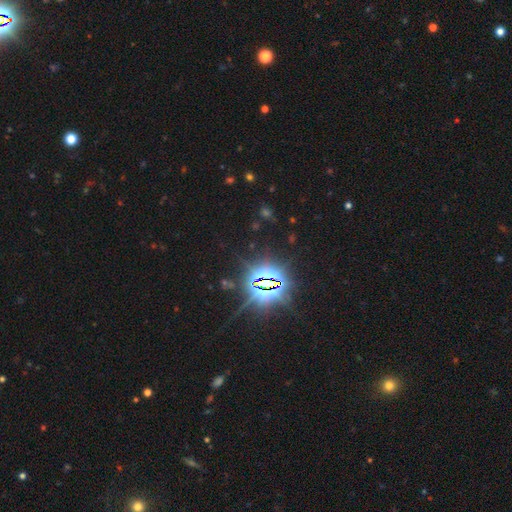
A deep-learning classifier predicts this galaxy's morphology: Smooth or featured? star or artifact (85%)